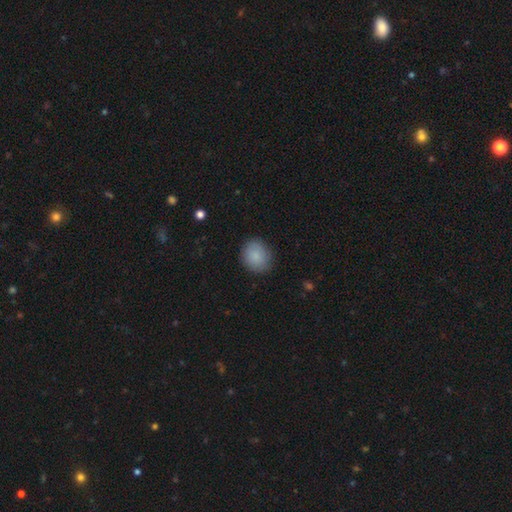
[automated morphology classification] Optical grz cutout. It shows a smooth galaxy with no disk features (88%) that is round (72%). Merging: none (85%).